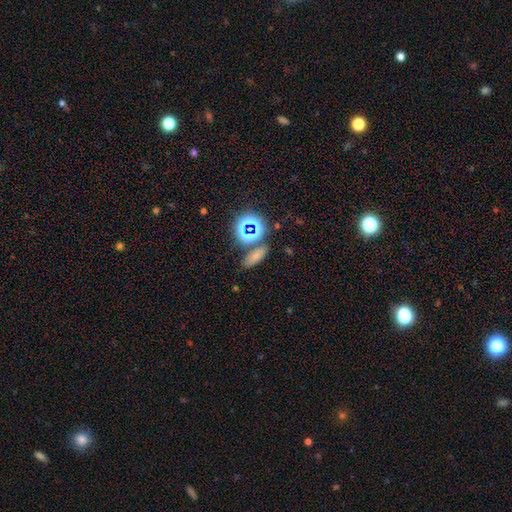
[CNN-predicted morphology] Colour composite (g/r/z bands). It shows a smooth galaxy with no disk features (63%) that is in between round and cigar-shaped (66%). Merging: none (75%).